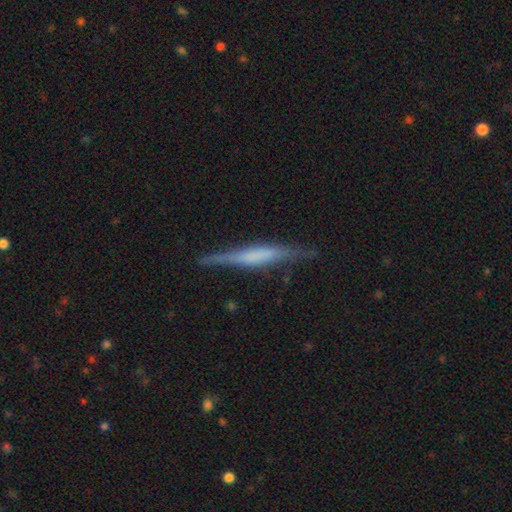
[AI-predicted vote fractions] featured or disk 62%, smooth 32%, star or artifact 6%. Down the decision tree: edge-on disk — yes (96%); edge-on bulge — boxy (42%); merging — none (80%).